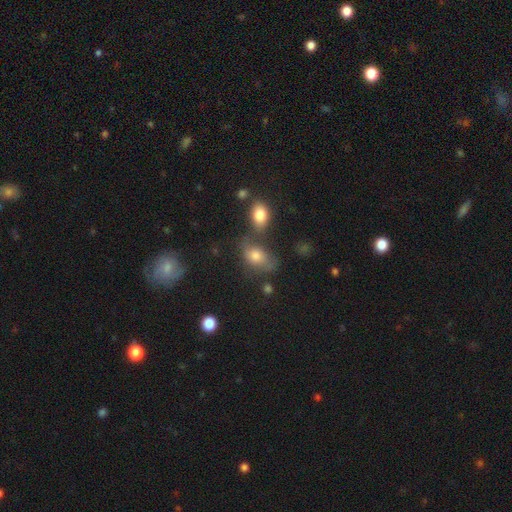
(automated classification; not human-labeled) Smooth or featured: smooth — 68% (featured or disk — 19%)
How rounded: in between — 82% (round — 16%)
Merging: none — 43% (minor disturbance — 23%)